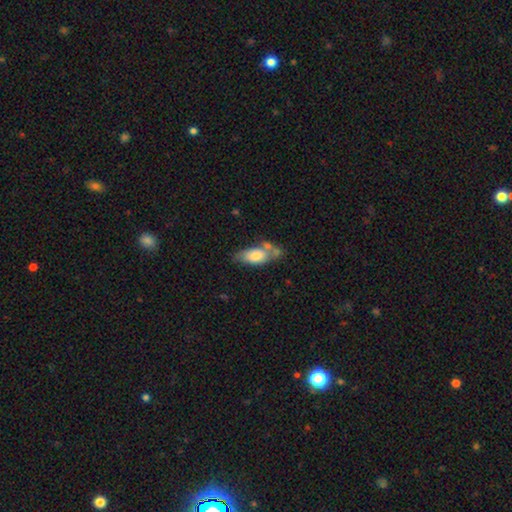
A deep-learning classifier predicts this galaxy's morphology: A smooth galaxy with no disk features (70%) that is in between round and cigar-shaped (83%).

Vote fractions:
- Smooth or featured? smooth: 70% / featured or disk: 23% / star or artifact: 7%
- How rounded? in between: 83% / cigar-shaped: 14% / round: 3%
- Merging? none: 41% / merger: 26% / minor disturbance: 24% / major disturbance: 10%